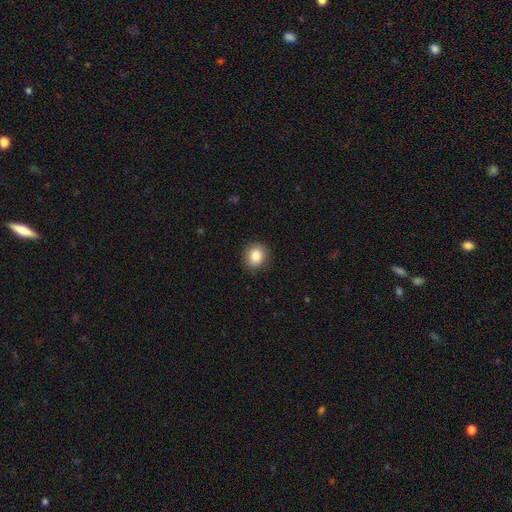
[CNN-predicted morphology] Smooth or featured? Predicted: smooth (p=0.85). How rounded? Predicted: round (p=0.77). Merging? Predicted: none (p=0.89).